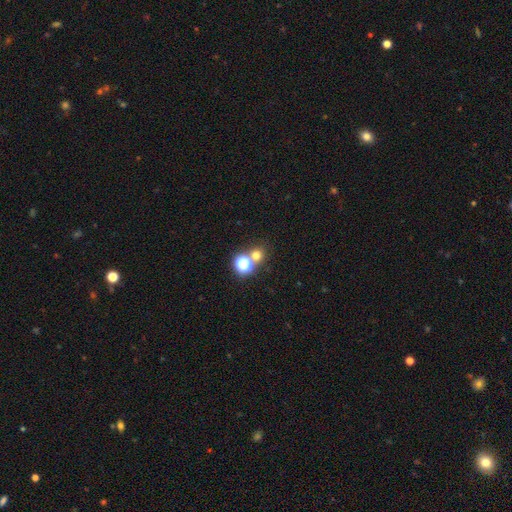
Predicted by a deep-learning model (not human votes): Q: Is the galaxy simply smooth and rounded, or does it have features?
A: smooth — 66%.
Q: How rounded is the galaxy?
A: round — 87%.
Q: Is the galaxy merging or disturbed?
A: none — 65%.